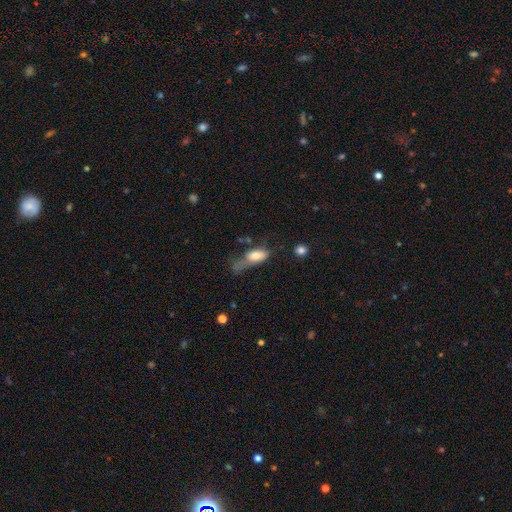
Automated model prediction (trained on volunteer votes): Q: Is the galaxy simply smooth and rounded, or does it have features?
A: smooth — 72%.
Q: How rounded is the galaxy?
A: in between — 83%.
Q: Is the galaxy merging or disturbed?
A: major disturbance — 43%.